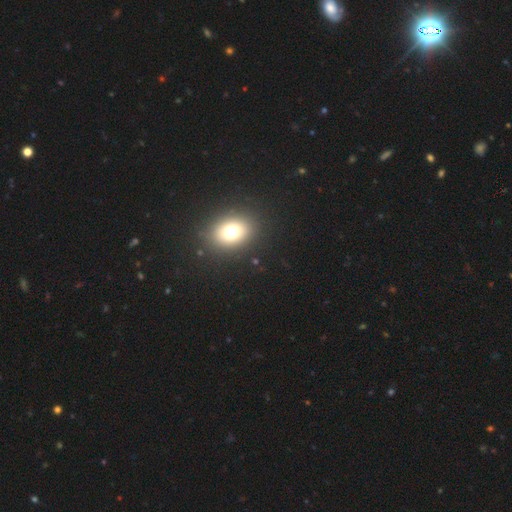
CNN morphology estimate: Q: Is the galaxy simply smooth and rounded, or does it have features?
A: smooth — 71%.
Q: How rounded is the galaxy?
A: in between — 63%.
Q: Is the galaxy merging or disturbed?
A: none — 92%.